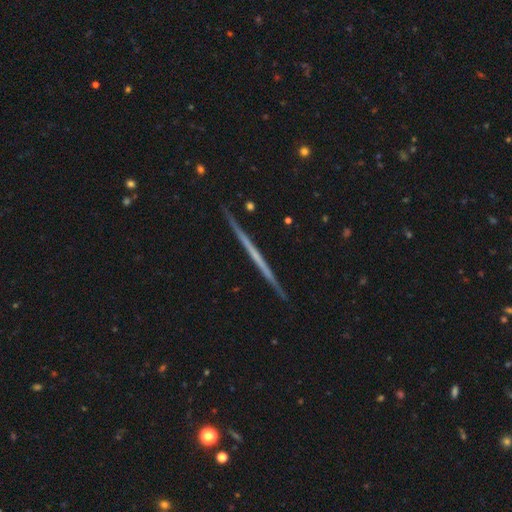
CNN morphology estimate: Smooth or featured?
  - featured or disk: 69% *
  - smooth: 26%
  - star or artifact: 6%
Edge-on disk?
  - yes: 98% *
  - no: 2%
Edge-on bulge?
  - none: 91% *
  - rounded: 6%
  - boxy: 3%
Merging?
  - none: 92% *
  - minor disturbance: 5%
  - merger: 1%
  - major disturbance: 1%